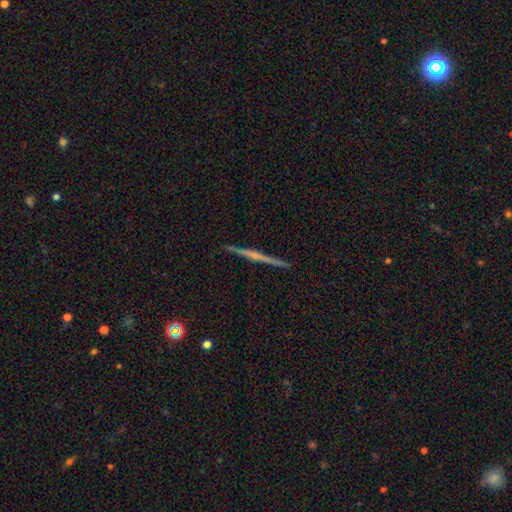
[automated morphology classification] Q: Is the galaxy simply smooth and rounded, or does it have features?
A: featured or disk — 73%.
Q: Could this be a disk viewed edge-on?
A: yes — 98%.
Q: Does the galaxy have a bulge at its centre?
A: none — 45%.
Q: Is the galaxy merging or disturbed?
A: none — 92%.